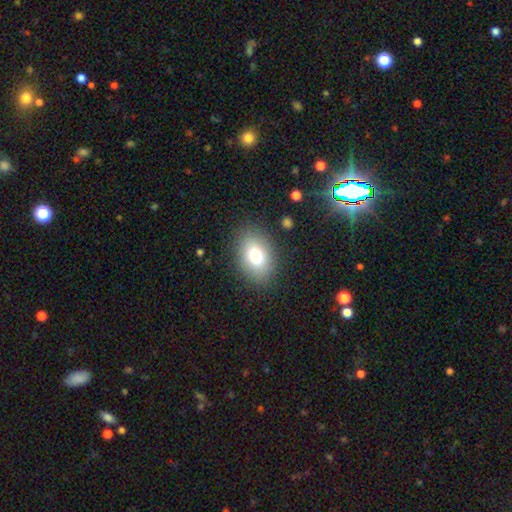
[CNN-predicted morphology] A smooth galaxy with no disk features (75%) that is in between round and cigar-shaped (76%). Merging: none (85%).